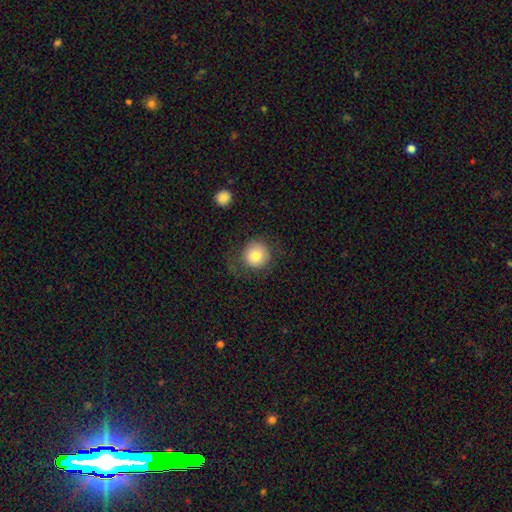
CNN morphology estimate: Smooth or featured?
  - smooth: 80% *
  - featured or disk: 11%
  - star or artifact: 9%
How rounded?
  - round: 93% *
  - in between: 6%
  - cigar-shaped: 1%
Merging?
  - none: 73% *
  - minor disturbance: 14%
  - major disturbance: 11%
  - merger: 2%